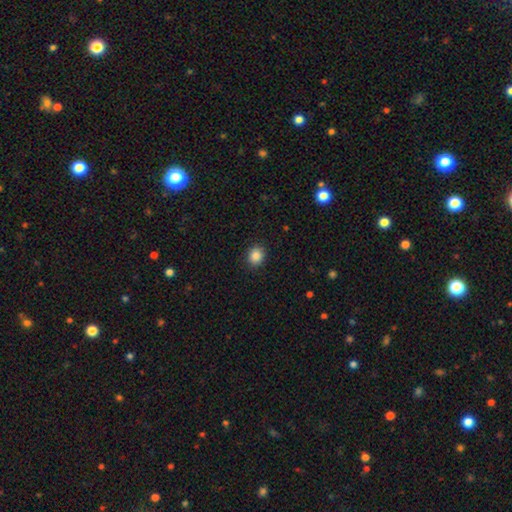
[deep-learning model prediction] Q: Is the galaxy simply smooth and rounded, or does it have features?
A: smooth — 86%.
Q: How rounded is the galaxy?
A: round — 76%.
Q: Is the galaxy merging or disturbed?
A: none — 91%.